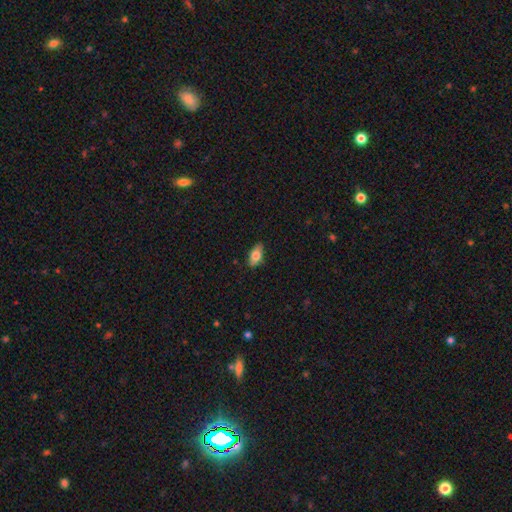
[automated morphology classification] smooth_or_featured: smooth (p=0.77) [alt: featured or disk p=0.16]
how_rounded: in between (p=0.89) [alt: cigar-shaped p=0.06]
merging: none (p=0.81) [alt: minor disturbance p=0.15]